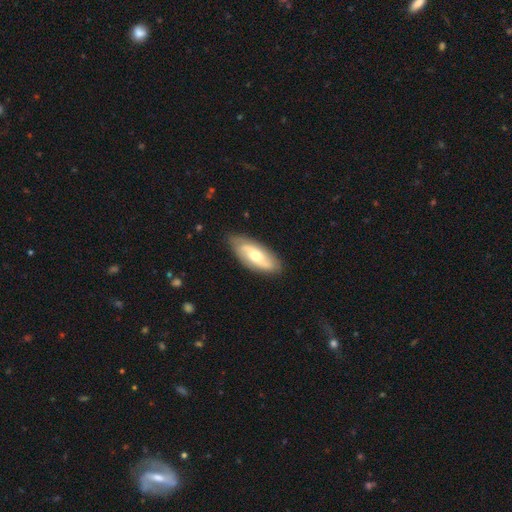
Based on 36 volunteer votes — Q: Smooth or featured?
A: featured or disk (61%); runner-up: smooth (31%)
Q: Edge-on disk?
A: no (86%); runner-up: yes (14%)
Q: Bar?
A: no (63%); runner-up: weak (37%)
Q: Spiral arms?
A: yes (89%); runner-up: no (11%)
Q: Spiral winding?
A: loose (65%); runner-up: tight (18%)
Q: Spiral arm count?
A: 2 (82%); runner-up: can't tell (18%)
Q: Bulge size?
A: moderate (79%); runner-up: large (11%)
Q: Merging?
A: none (73%); runner-up: minor disturbance (18%)